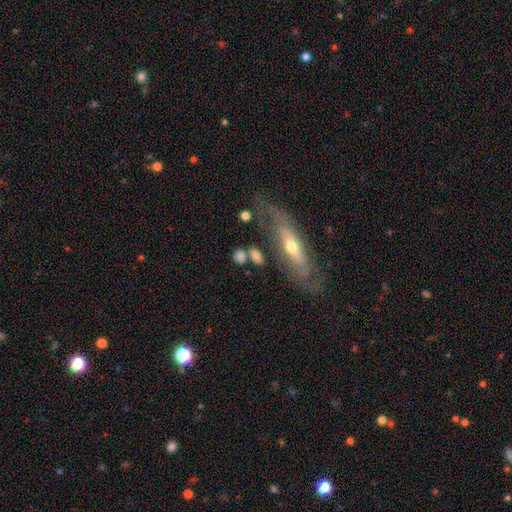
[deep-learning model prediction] This is likely a smooth galaxy (67%). How rounded: possibly in between (49%). Merging: likely none (66%).